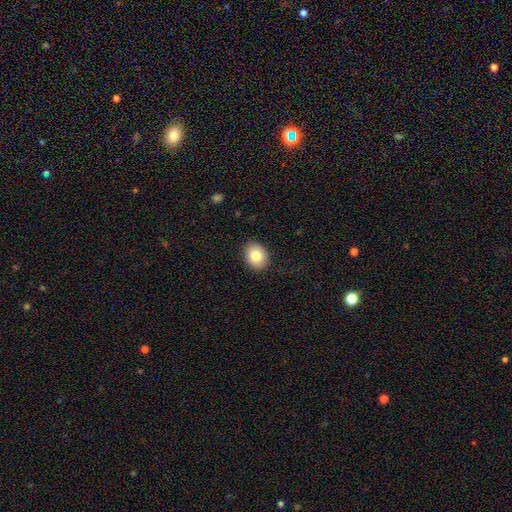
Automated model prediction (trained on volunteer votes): This appears to be a smooth galaxy with no disk features (82%) that is round (57%). Merging: none (89%).